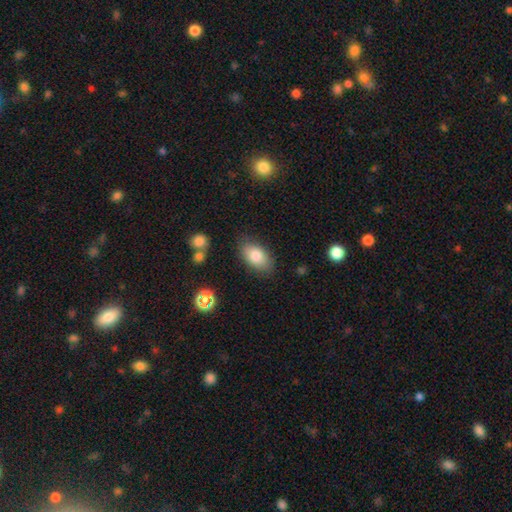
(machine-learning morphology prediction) smooth 82%, featured or disk 11%, star or artifact 7%. Down the decision tree: how rounded — in between (92%); merging — none (80%).